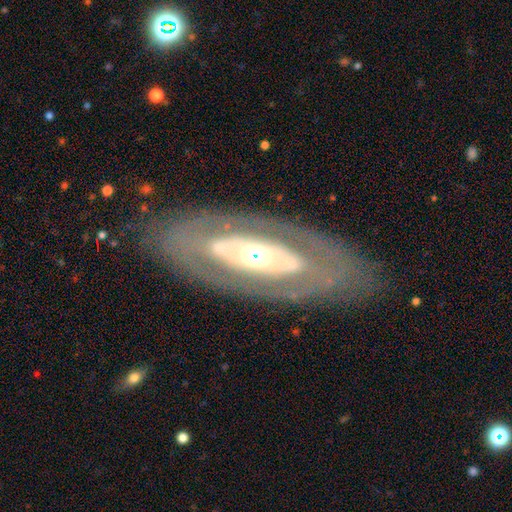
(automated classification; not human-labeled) This appears to be a featured or disk galaxy (76%) with no bar (61%), no spiral arms (64%) and a moderate central bulge (52%). Merging: none (77%).